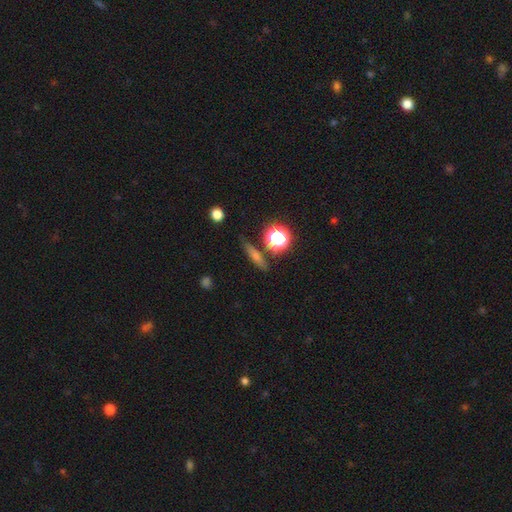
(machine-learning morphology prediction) Smooth or featured: smooth — 51% (featured or disk — 30%)
How rounded: cigar-shaped — 65% (in between — 18%)
Merging: none — 81% (minor disturbance — 12%)